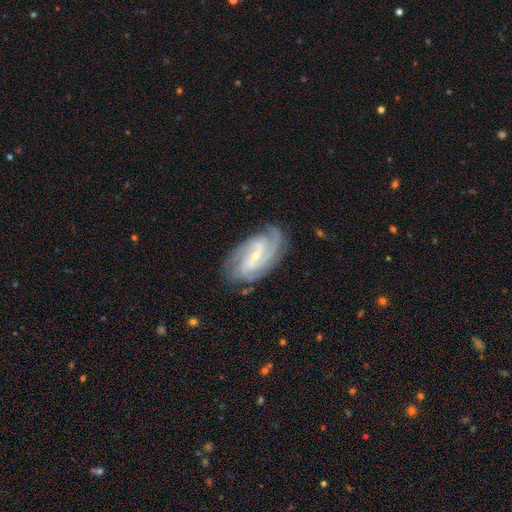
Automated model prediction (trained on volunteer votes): The model was most divided on "spiral arm count" (2-way tie): 3: 30%, 2: 30%, can't tell: 16%, 4: 14%, more than 4: 5%, 1: 5%. Remaining: spiral arms — yes (98%); edge-on disk — no (95%); smooth or featured — featured or disk (89%); merging — none (78%); bulge size — small (71%); spiral winding — tight (59%); bar — weak (45%).